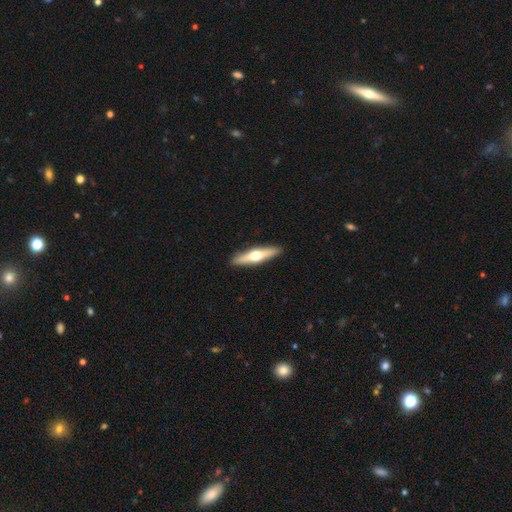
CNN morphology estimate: This appears to be a featured or disk galaxy (58%) viewed edge-on (94%) with a rounded central bulge (95%). Merging: none (92%).